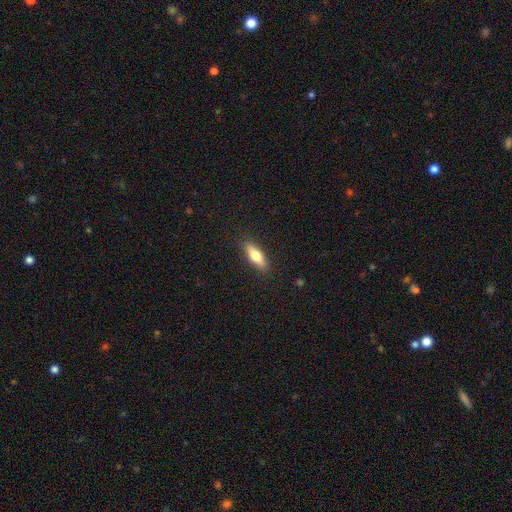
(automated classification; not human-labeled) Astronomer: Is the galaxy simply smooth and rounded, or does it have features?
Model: smooth — 66%.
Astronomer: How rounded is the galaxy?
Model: in between — 51% (runner-up: cigar-shaped, 46%).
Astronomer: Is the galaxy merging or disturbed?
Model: none — 88%.